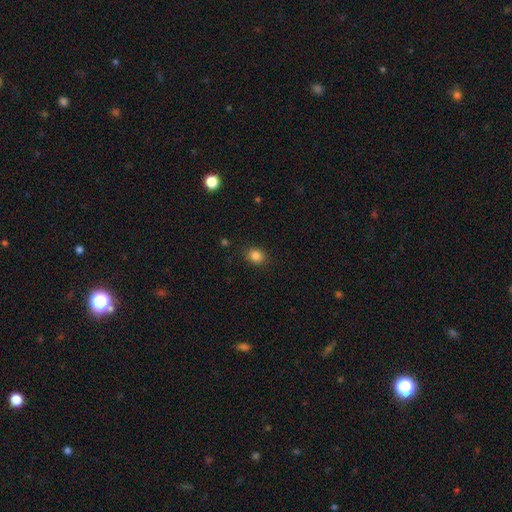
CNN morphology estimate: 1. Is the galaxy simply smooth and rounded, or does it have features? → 84% smooth, 11% star or artifact, 5% featured or disk.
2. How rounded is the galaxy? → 59% round, 40% in between, 1% cigar-shaped.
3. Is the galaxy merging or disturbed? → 87% none, 9% minor disturbance, 3% major disturbance, 1% merger.